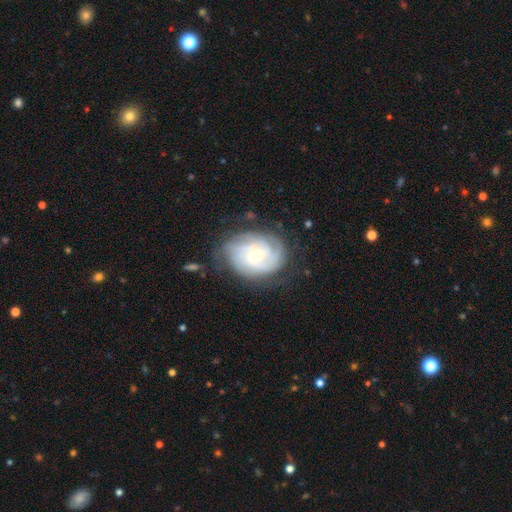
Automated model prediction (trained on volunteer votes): The model was most divided on "bulge size": moderate: 51%, small: 45%, large: 2%, none: 1%, dominant: 1%. Remaining: edge-on disk — no (97%); spiral arms — yes (92%); smooth or featured — featured or disk (79%); bar — no (73%); merging — none (70%); spiral winding — tight (69%); spiral arm count — can't tell (40%).